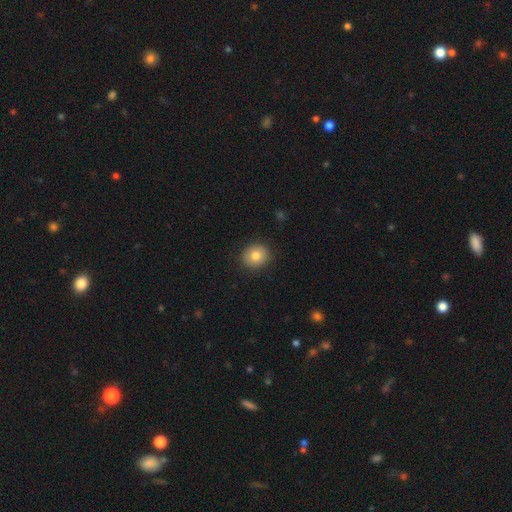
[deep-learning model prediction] This appears to be a smooth galaxy with no disk features (80%) that is round (76%). Merging: none (89%).